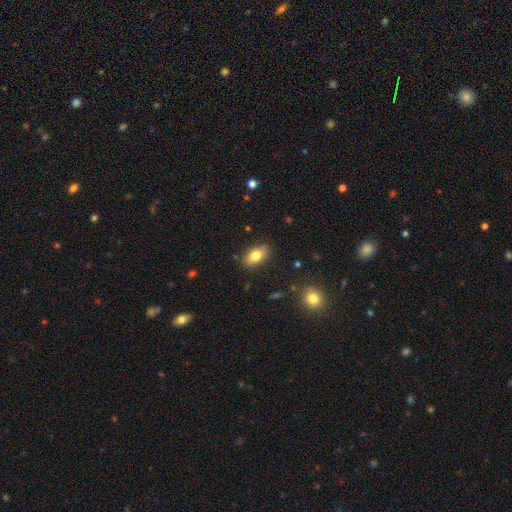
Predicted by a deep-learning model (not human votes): smooth 78%, featured or disk 14%, star or artifact 8%. Down the decision tree: how rounded — in between (88%); merging — none (83%).